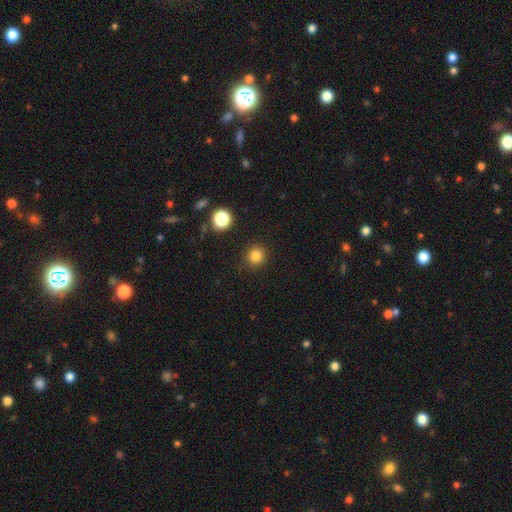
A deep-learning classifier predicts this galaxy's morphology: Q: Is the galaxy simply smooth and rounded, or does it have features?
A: smooth — 82%.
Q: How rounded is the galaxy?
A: round — 91%.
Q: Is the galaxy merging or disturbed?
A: none — 89%.